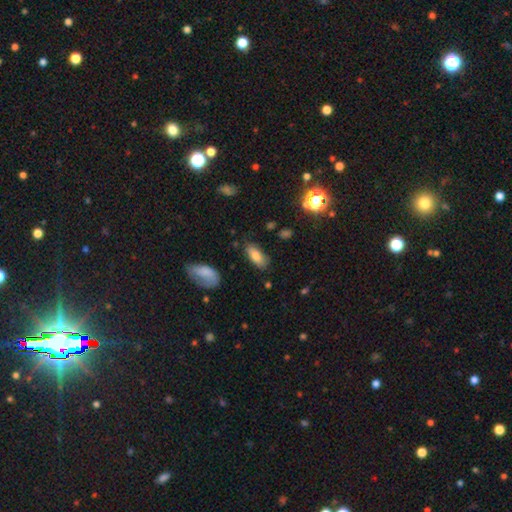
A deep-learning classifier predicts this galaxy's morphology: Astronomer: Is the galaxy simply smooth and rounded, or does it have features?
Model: smooth — 76%.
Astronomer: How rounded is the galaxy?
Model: in between — 82%.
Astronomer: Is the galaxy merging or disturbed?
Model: none — 78%.